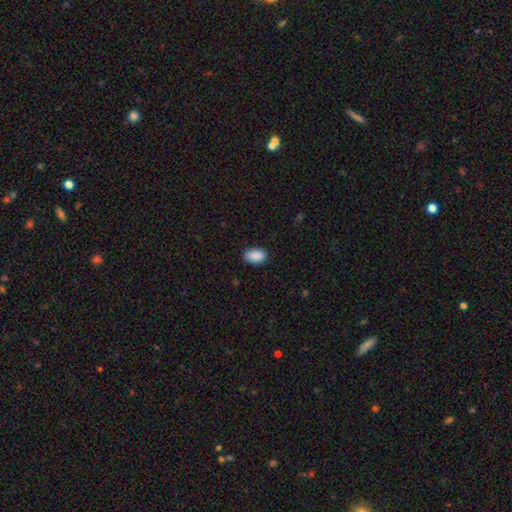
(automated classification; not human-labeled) This is clearly a smooth galaxy (90%). How rounded: clearly in between (92%). Merging: clearly none (86%).